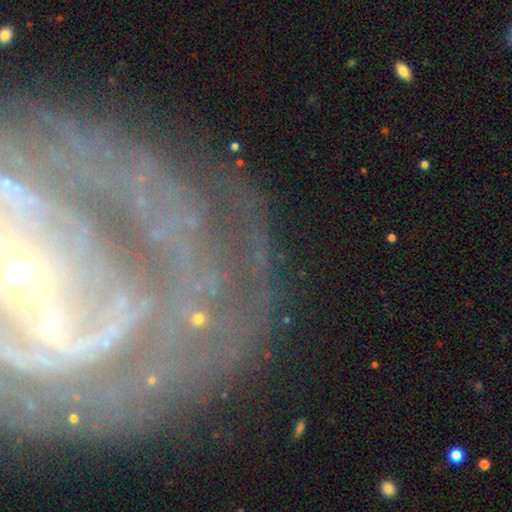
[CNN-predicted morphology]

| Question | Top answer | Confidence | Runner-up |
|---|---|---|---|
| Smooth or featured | featured or disk | 70% | star or artifact (17%) |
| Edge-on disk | no | 92% | yes (8%) |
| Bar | strong | 40% | no (31%) |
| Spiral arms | yes | 83% | no (17%) |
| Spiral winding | tight | 64% | medium (25%) |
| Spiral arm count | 2 | 28% | tied: can't tell (28%) |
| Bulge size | small | 46% | moderate (34%) |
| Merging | none | 70% | minor disturbance (15%) |